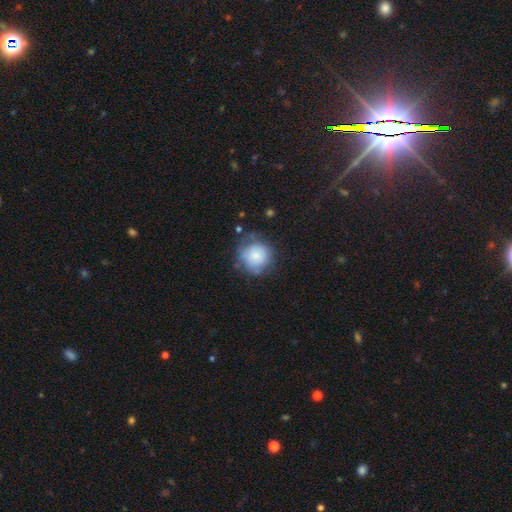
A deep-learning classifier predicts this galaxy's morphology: Smooth or featured? Predicted: smooth (p=0.76). How rounded? Predicted: round (p=0.89). Merging? Predicted: none (p=0.60).